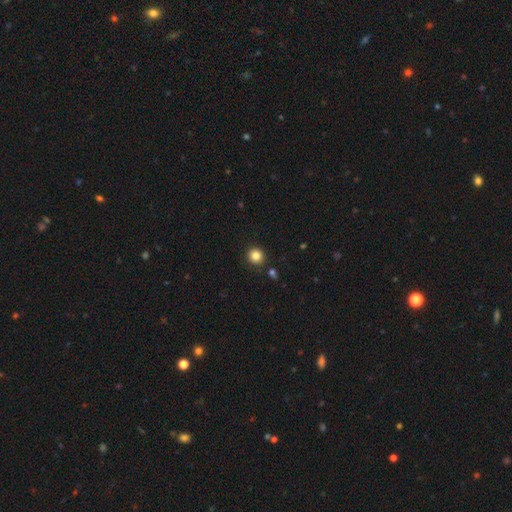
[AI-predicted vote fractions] A smooth galaxy with no disk features (84%) that is round (91%).

Vote fractions:
- Smooth or featured? smooth: 84% / star or artifact: 11% / featured or disk: 5%
- How rounded? round: 91% / in between: 8% / cigar-shaped: 1%
- Merging? none: 89% / minor disturbance: 6% / merger: 3% / major disturbance: 2%